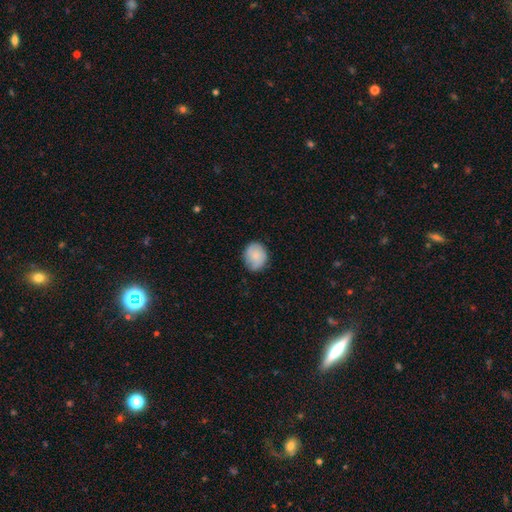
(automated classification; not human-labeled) Smooth or featured? Predicted: smooth (p=0.70). How rounded? Predicted: round (p=0.68). Merging? Predicted: none (p=0.76).